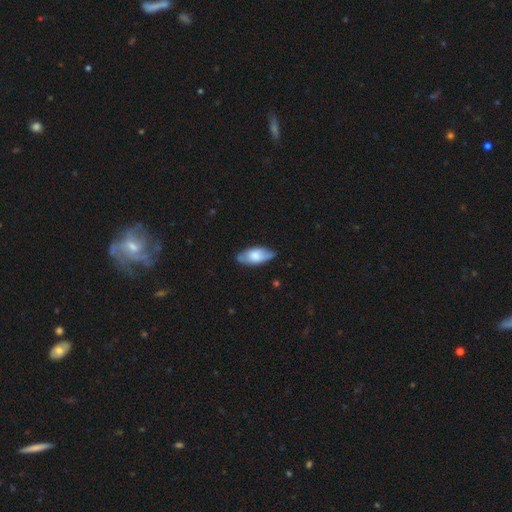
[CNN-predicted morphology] Smooth or featured? Predicted: smooth (p=0.64). How rounded? Predicted: in between (p=0.87). Merging? Predicted: none (p=0.79).